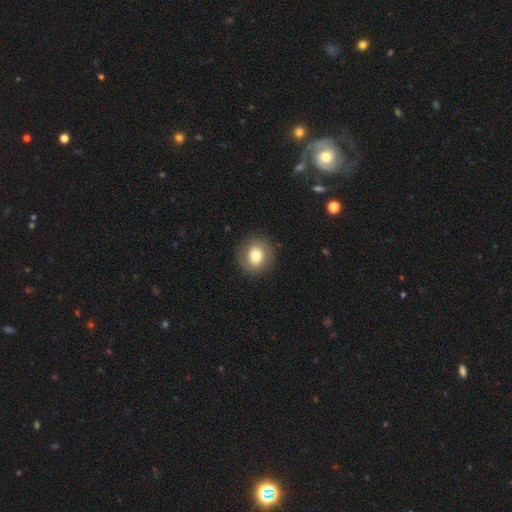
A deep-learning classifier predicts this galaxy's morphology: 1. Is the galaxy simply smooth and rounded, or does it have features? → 71% smooth, 20% featured or disk, 9% star or artifact.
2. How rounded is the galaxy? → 85% round, 15% in between, 1% cigar-shaped.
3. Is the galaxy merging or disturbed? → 88% none, 8% minor disturbance, 3% major disturbance, 1% merger.